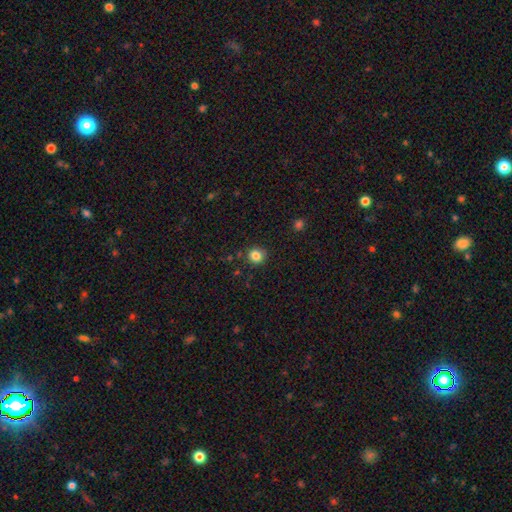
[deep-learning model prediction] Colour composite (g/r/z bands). It shows a smooth galaxy with no disk features (83%) that is round (91%). Merging: none (88%).